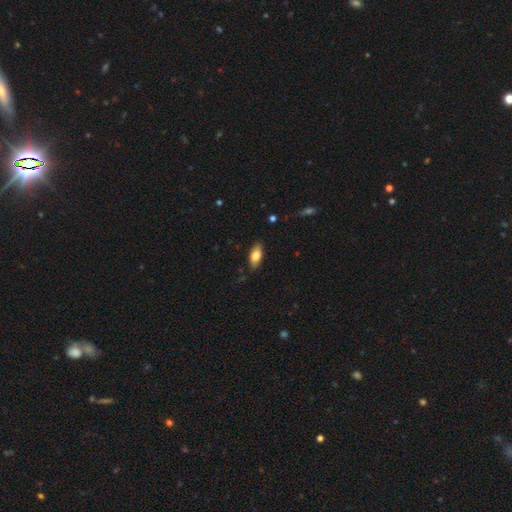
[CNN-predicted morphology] Overall: smooth (81%). How rounded: in between (88%). Merging: none (84%).